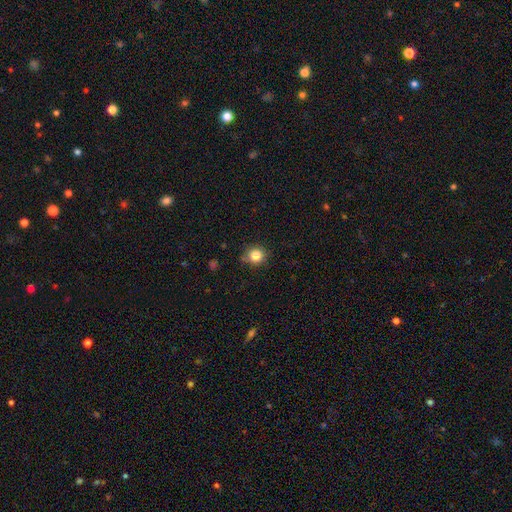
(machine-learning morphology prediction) smooth 84%, star or artifact 11%, featured or disk 5%. Down the decision tree: how rounded — round (87%); merging — none (80%).